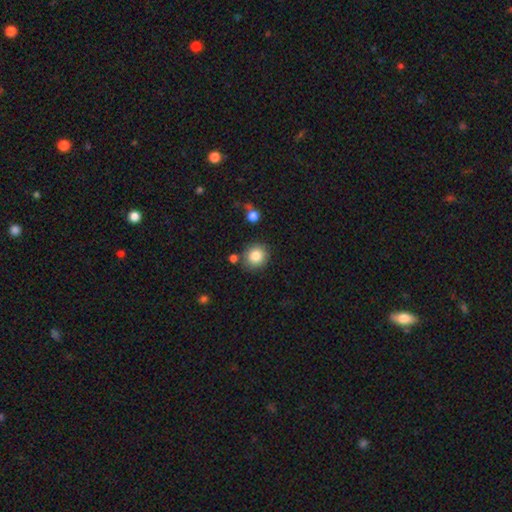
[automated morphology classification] Smooth or featured?
  - smooth: 85% *
  - star or artifact: 10%
  - featured or disk: 6%
How rounded?
  - round: 88% *
  - in between: 11%
  - cigar-shaped: 1%
Merging?
  - none: 82% *
  - minor disturbance: 9%
  - merger: 6%
  - major disturbance: 3%